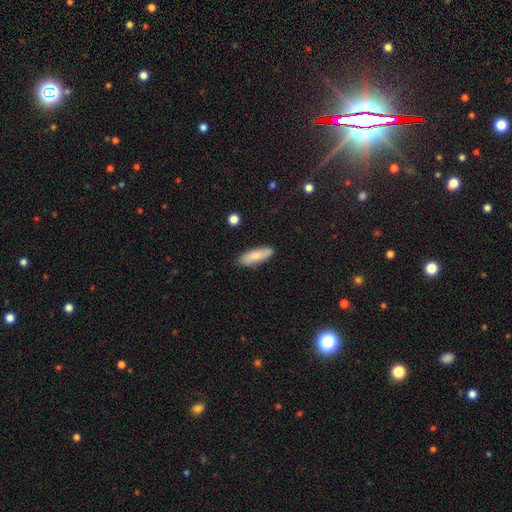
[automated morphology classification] Smooth or featured? smooth (77%)
How rounded? in between (56%)
Merging? none (84%)